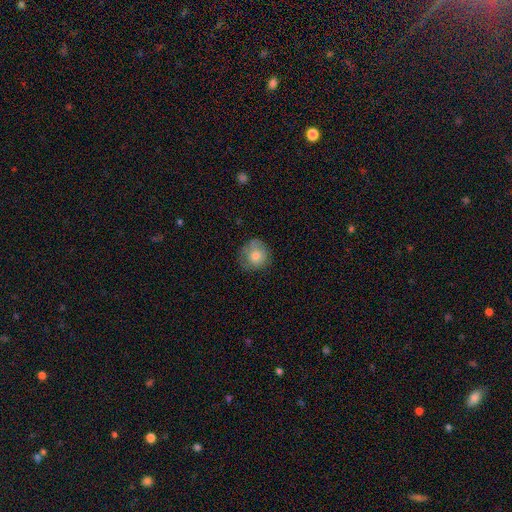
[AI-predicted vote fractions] Smooth or featured?
  - smooth: 76% *
  - featured or disk: 15%
  - star or artifact: 8%
How rounded?
  - round: 87% *
  - in between: 12%
  - cigar-shaped: 1%
Merging?
  - none: 70% *
  - minor disturbance: 22%
  - major disturbance: 7%
  - merger: 1%